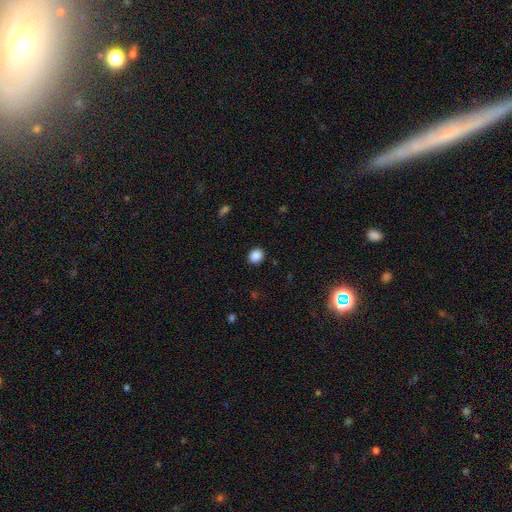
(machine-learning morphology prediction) smooth 88%, star or artifact 9%, featured or disk 3%. Down the decision tree: how rounded — round (63%); merging — none (89%).